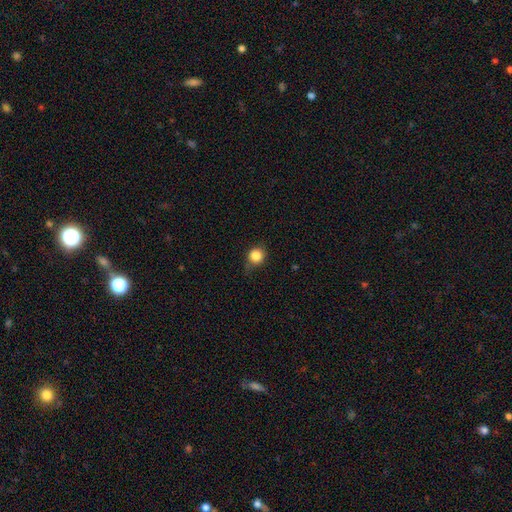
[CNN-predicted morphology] This appears to be a smooth galaxy with no disk features (84%) that is round (88%). Merging: none (69%).